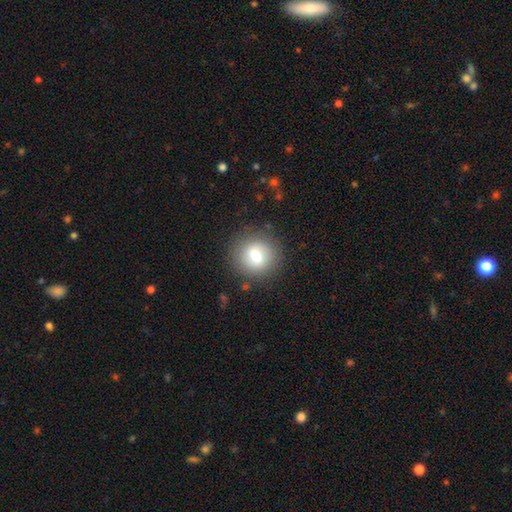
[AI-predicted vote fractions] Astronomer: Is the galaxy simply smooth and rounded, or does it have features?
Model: smooth — 72%.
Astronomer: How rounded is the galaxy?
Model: round — 82%.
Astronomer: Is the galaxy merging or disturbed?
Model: none — 82%.